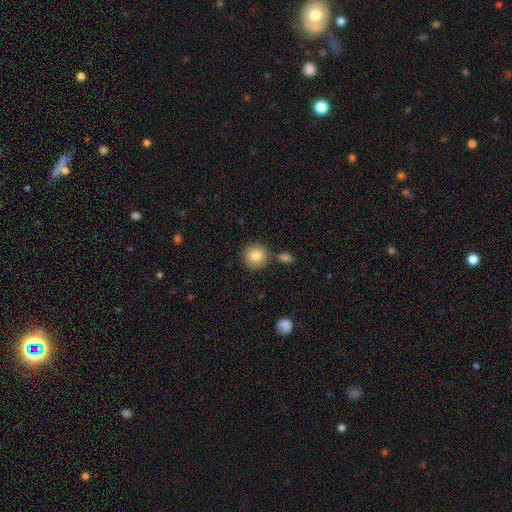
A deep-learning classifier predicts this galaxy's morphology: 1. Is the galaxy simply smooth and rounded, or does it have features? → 84% smooth, 8% star or artifact, 8% featured or disk.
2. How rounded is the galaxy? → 93% round, 6% in between, 1% cigar-shaped.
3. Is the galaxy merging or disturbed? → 80% none, 9% merger, 8% minor disturbance, 2% major disturbance.